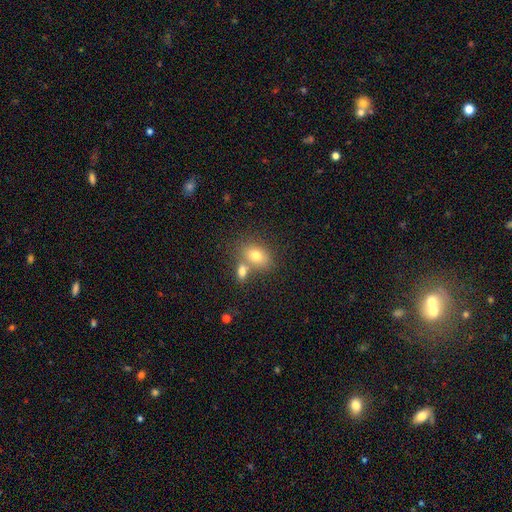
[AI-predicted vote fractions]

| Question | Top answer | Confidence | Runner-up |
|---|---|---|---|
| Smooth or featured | smooth | 76% | featured or disk (14%) |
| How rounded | in between | 75% | round (23%) |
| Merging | none | 47% | merger (38%) |